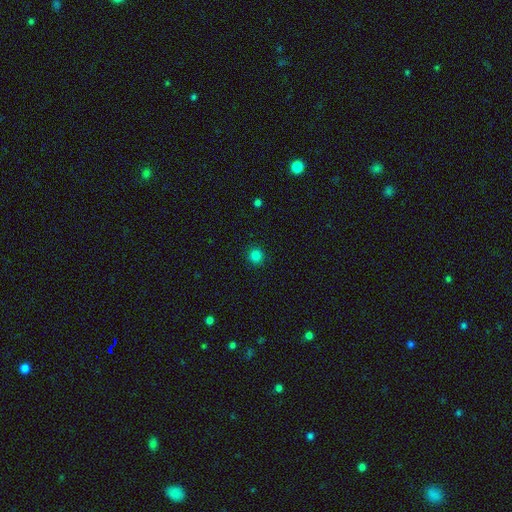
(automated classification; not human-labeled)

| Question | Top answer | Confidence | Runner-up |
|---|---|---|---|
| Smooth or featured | smooth | 82% | star or artifact (14%) |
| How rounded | round | 94% | in between (5%) |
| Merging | none | 92% | minor disturbance (5%) |